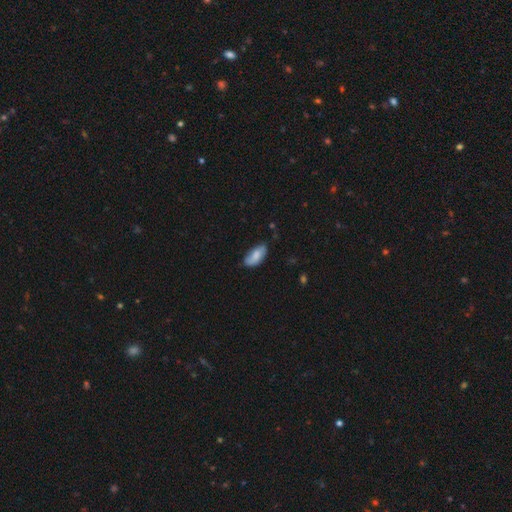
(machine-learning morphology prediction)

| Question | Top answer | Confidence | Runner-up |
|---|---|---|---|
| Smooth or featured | smooth | 76% | featured or disk (18%) |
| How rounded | in between | 91% | cigar-shaped (7%) |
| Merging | none | 61% | minor disturbance (31%) |